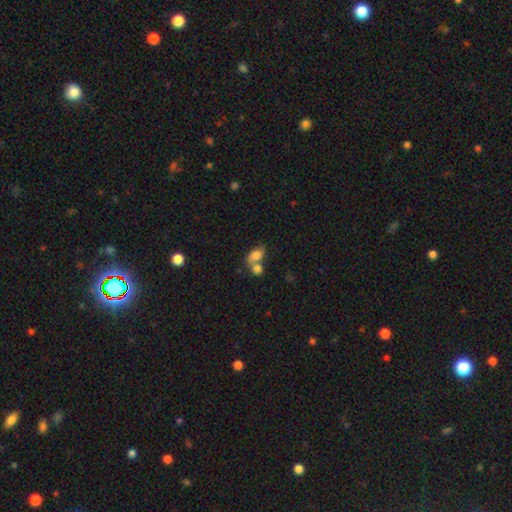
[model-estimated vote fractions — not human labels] Overall: smooth (71%). How rounded: in between (77%). Merging: merger (60%; none 24%).